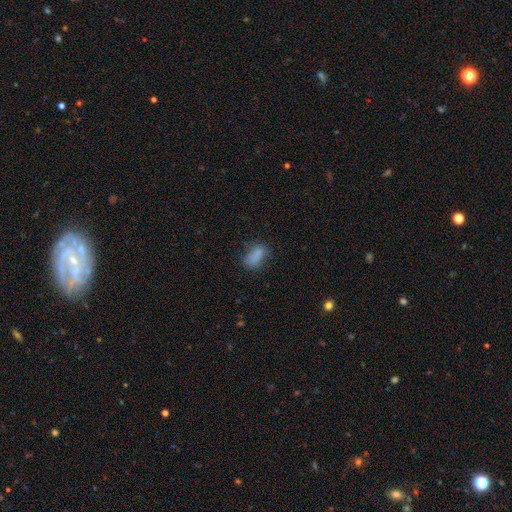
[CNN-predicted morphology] Overall: smooth (81%). How rounded: in between (89%). Merging: none (59%; minor disturbance 27%).